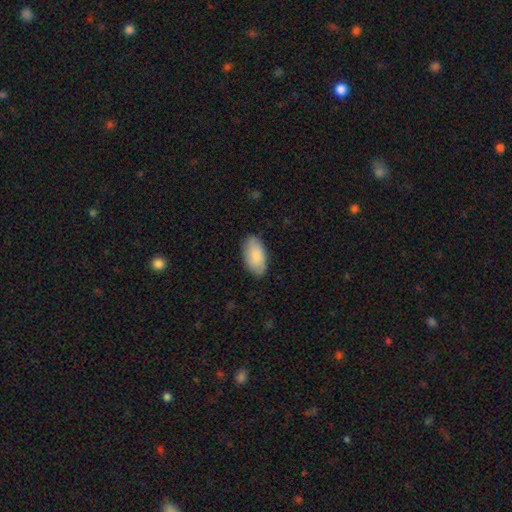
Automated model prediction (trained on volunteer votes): A smooth galaxy with no disk features (84%) that is in between round and cigar-shaped (95%).

Vote fractions:
- Smooth or featured? smooth: 84% / featured or disk: 10% / star or artifact: 6%
- How rounded? in between: 95% / round: 3% / cigar-shaped: 2%
- Merging? none: 83% / minor disturbance: 13% / major disturbance: 3% / merger: 1%